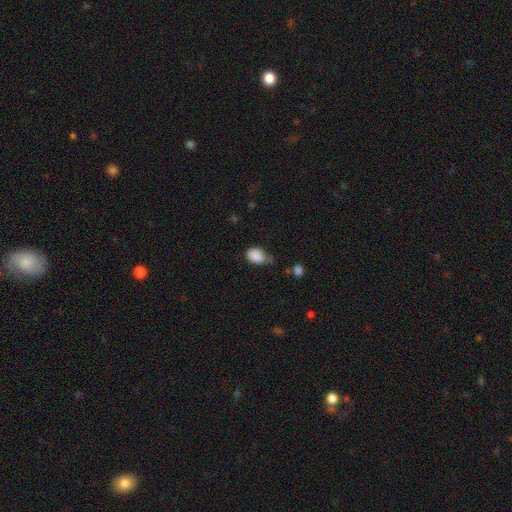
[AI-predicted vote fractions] Overall: smooth (88%). How rounded: in between (77%). Merging: none (56%; minor disturbance 32%).